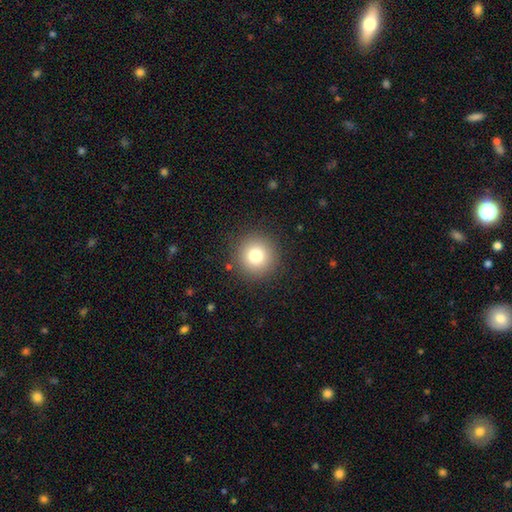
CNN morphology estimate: Overall: smooth (78%). How rounded: round (96%). Merging: none (90%).